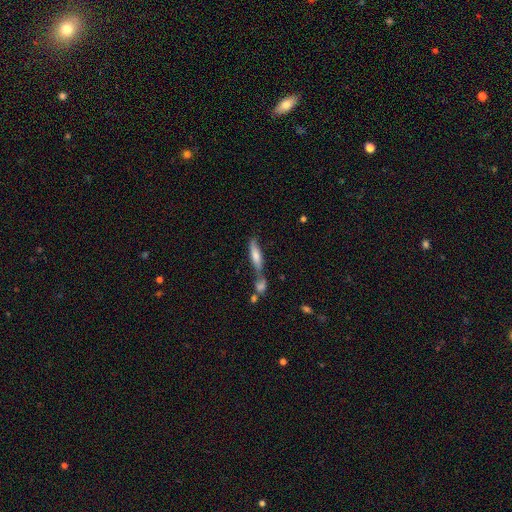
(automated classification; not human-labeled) Overall: smooth (51%; featured or disk 41%). How rounded: cigar-shaped (76%). Merging: merger (41%, tied with none).